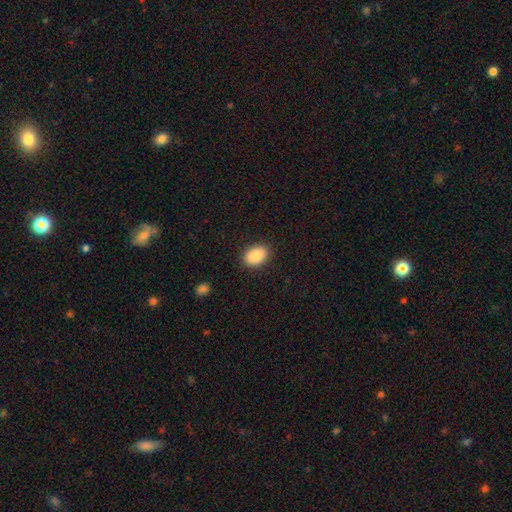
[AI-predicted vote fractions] This appears to be a smooth galaxy with no disk features (90%) that is in between round and cigar-shaped (85%). Merging: none (89%).